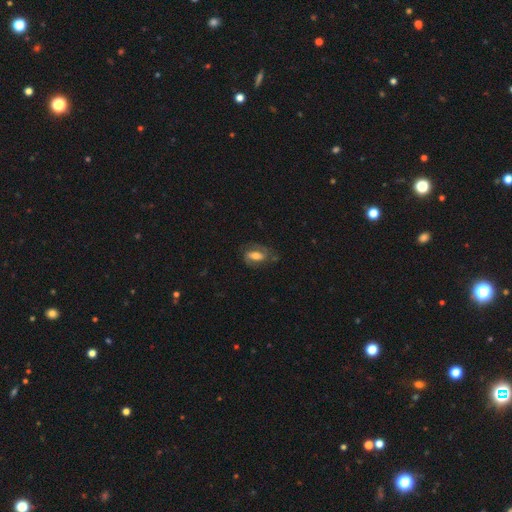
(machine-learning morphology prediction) This appears to be a featured or disk galaxy (63%) with a weak bar (37%), 2 (80%) medium (47%) spiral arms (85%) and a moderate central bulge (56%). Merging: none (63%).